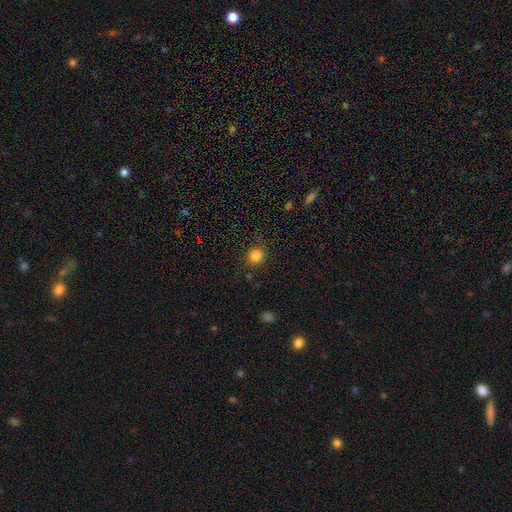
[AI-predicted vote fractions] A smooth galaxy with no disk features (83%) that is round (80%).

Vote fractions:
- Smooth or featured? smooth: 83% / star or artifact: 12% / featured or disk: 5%
- How rounded? round: 80% / in between: 19% / cigar-shaped: 1%
- Merging? none: 87% / minor disturbance: 9% / major disturbance: 3% / merger: 1%